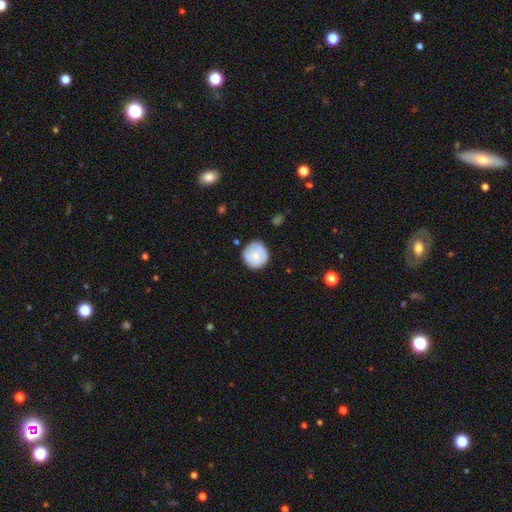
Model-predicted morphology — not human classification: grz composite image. It shows a smooth galaxy with no disk features (72%) that is round (93%). Merging: none (81%).